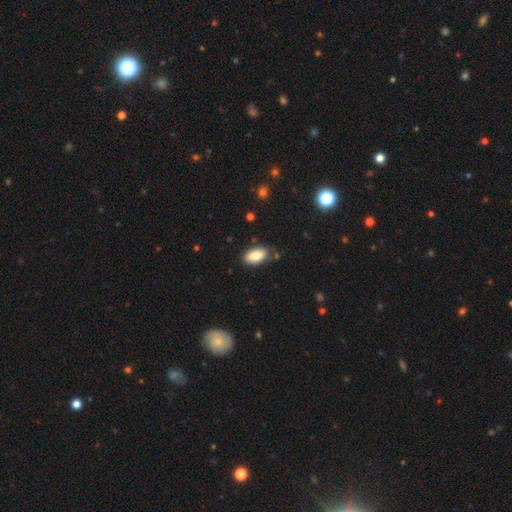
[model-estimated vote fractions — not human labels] Smooth or featured? Predicted: smooth (p=0.86). How rounded? Predicted: in between (p=0.93). Merging? Predicted: none (p=0.80).